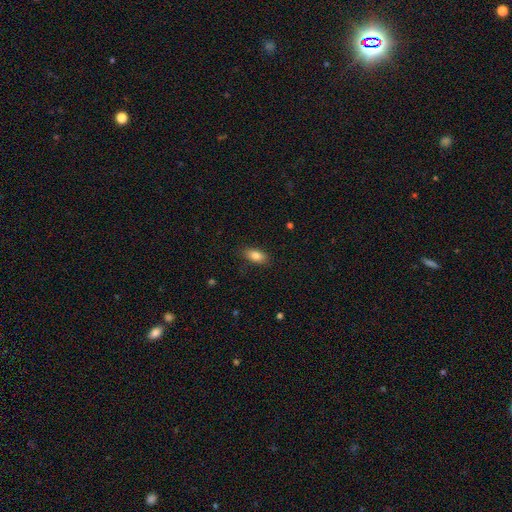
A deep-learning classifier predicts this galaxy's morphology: Q: Smooth or featured?
A: smooth (81%); runner-up: featured or disk (11%)
Q: How rounded?
A: in between (87%); runner-up: cigar-shaped (8%)
Q: Merging?
A: none (85%); runner-up: minor disturbance (11%)